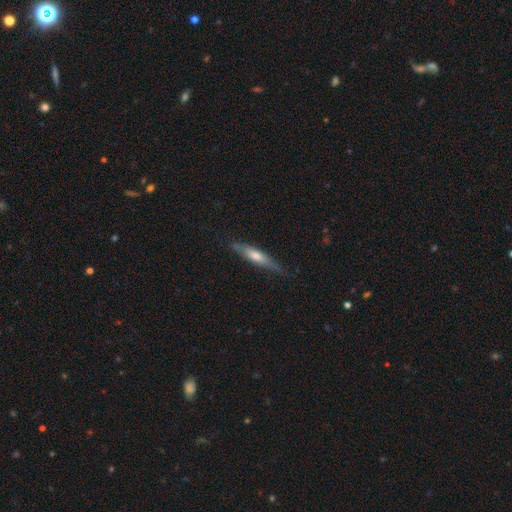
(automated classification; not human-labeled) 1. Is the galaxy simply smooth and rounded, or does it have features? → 48% smooth, 46% featured or disk, 6% star or artifact.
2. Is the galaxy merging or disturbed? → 76% none, 19% minor disturbance, 3% major disturbance, 1% merger.